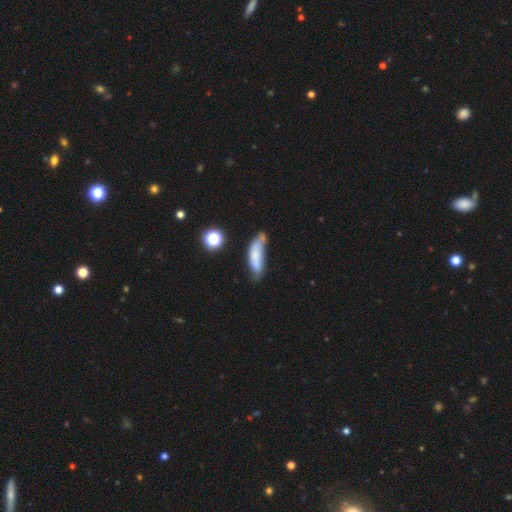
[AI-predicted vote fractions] Smooth or featured?
  - smooth: 68% *
  - featured or disk: 22%
  - star or artifact: 10%
How rounded?
  - in between: 50% *
  - cigar-shaped: 48%
  - round: 2%
Merging?
  - none: 36% *
  - minor disturbance: 31%
  - merger: 17%
  - major disturbance: 16%